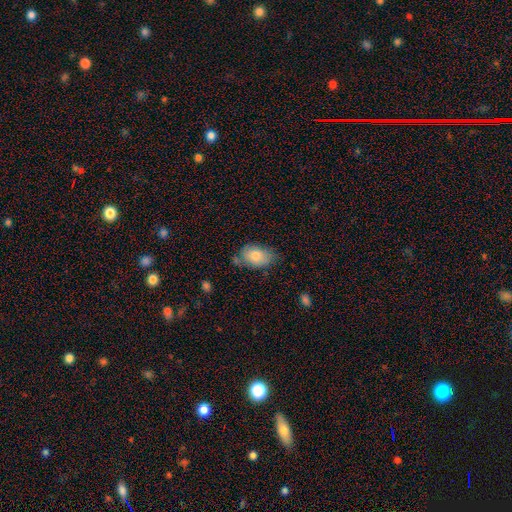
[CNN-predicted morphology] type=smooth (77%); roundness=in between (88%); merging=none (58%).